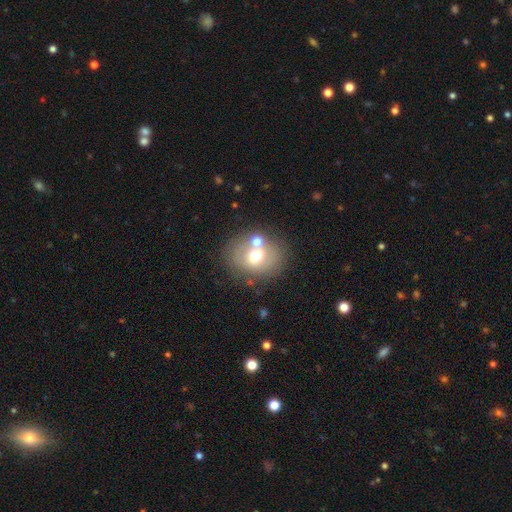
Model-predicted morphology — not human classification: Smooth or featured? Predicted: smooth (p=0.58). How rounded? Predicted: round (p=0.59). Merging? Predicted: none (p=0.68).